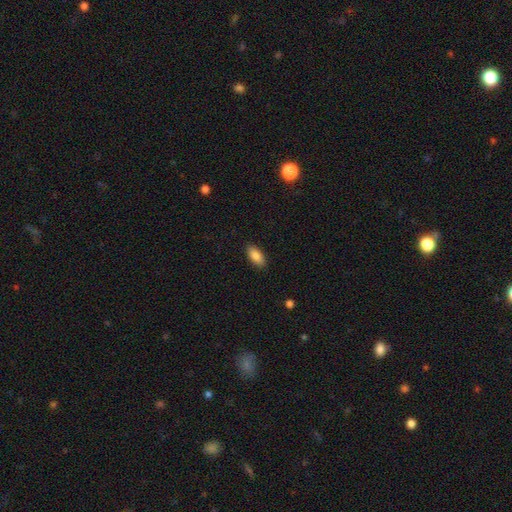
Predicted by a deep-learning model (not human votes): This is clearly a smooth galaxy (86%). How rounded: clearly in between (89%). Merging: clearly none (89%).